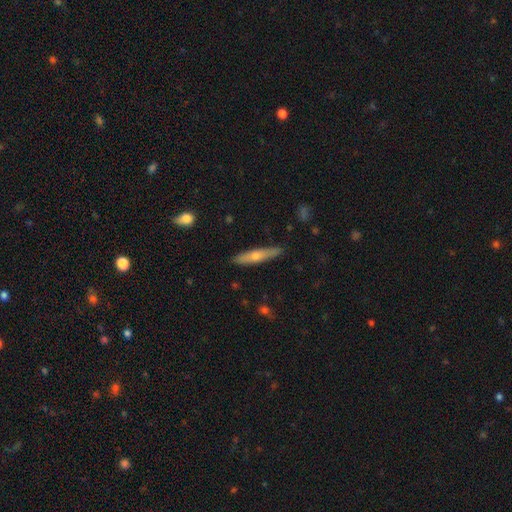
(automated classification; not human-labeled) featured or disk 54%, smooth 36%, star or artifact 10%. Down the decision tree: edge-on disk — yes (89%); merging — none (86%).